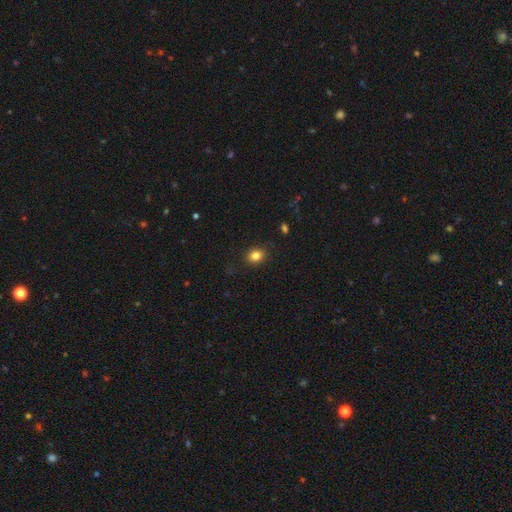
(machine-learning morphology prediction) Smooth or featured: smooth — 83% (star or artifact — 11%)
How rounded: round — 61% (in between — 39%)
Merging: none — 87% (minor disturbance — 9%)